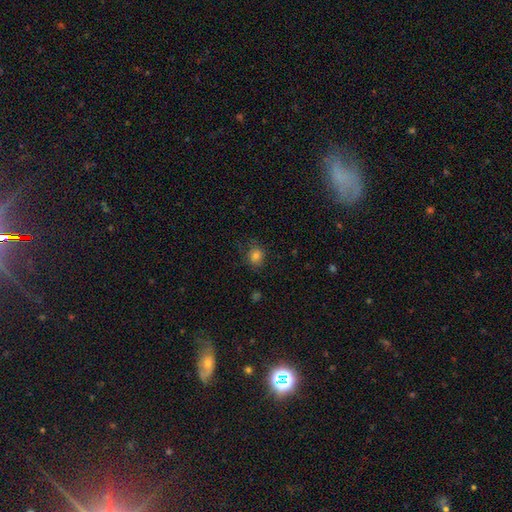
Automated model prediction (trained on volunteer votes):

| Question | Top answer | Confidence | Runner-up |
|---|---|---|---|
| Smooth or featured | smooth | 80% | star or artifact (14%) |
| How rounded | round | 68% | in between (31%) |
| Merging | none | 77% | minor disturbance (16%) |